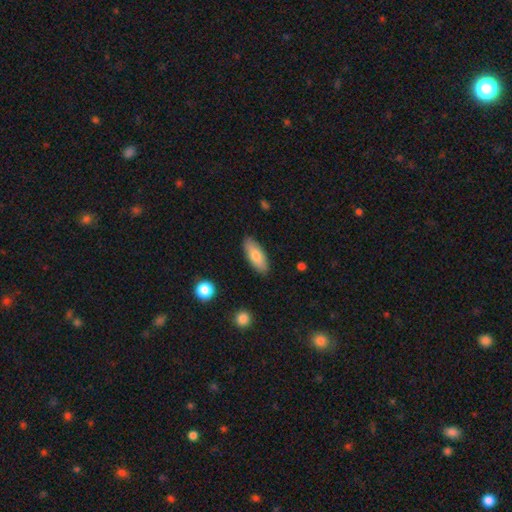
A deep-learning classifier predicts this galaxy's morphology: smooth 76%, featured or disk 18%, star or artifact 6%. Down the decision tree: how rounded — in between (75%); merging — none (87%).